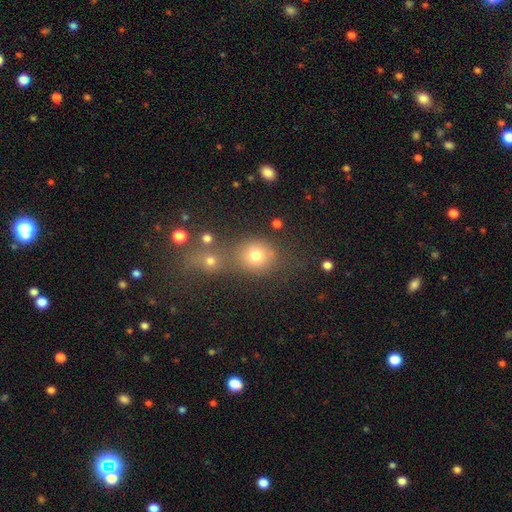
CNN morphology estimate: Smooth or featured: smooth — 74% (star or artifact — 16%)
How rounded: round — 76% (in between — 23%)
Merging: none — 53% (merger — 30%)